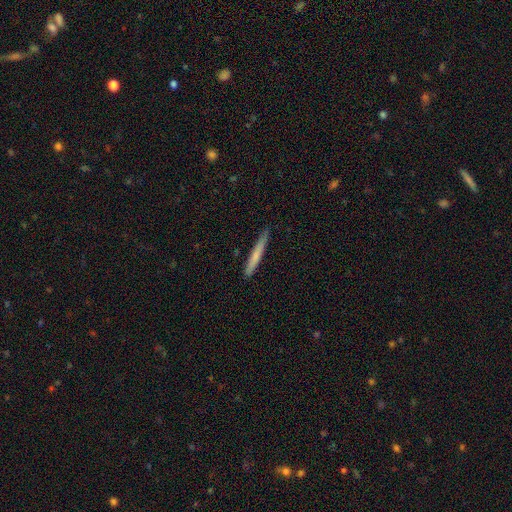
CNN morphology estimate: Overall: smooth (65%; featured or disk 29%). How rounded: cigar-shaped (96%). Merging: none (86%).